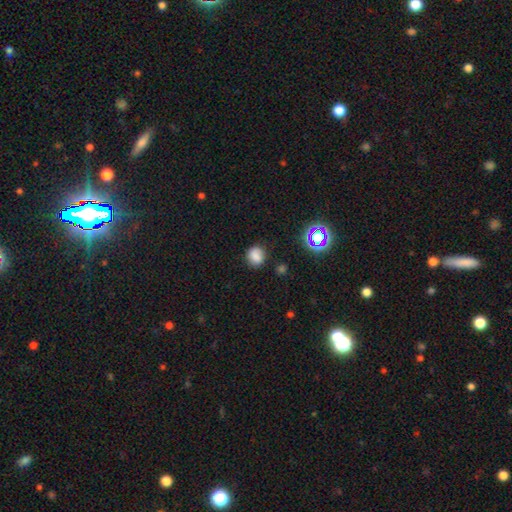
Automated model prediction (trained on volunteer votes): Smooth or featured? Predicted: smooth (p=0.78). How rounded? Predicted: round (p=0.71). Merging? Predicted: none (p=0.81).